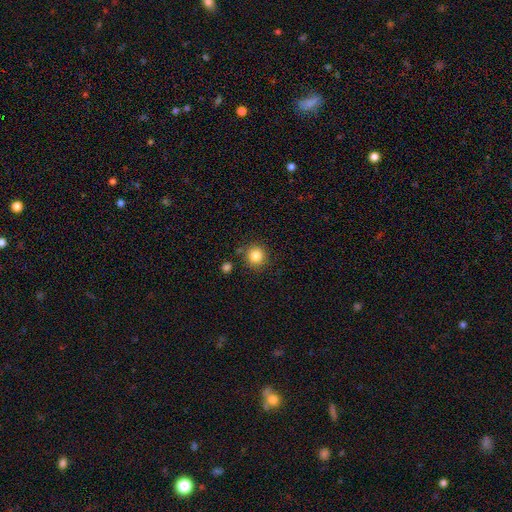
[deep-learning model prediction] smooth_or_featured: smooth (p=0.84) [alt: star or artifact p=0.11]
how_rounded: round (p=0.92) [alt: in between p=0.07]
merging: none (p=0.84) [alt: minor disturbance p=0.09]